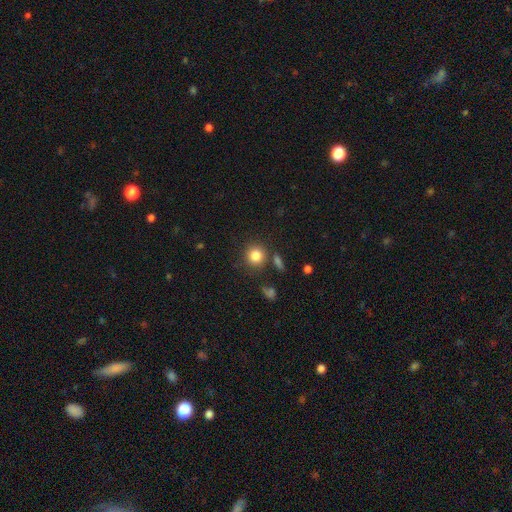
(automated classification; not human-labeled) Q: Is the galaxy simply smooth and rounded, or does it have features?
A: smooth — 84%.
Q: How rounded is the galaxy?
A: round — 90%.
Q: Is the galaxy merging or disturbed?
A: none — 80%.